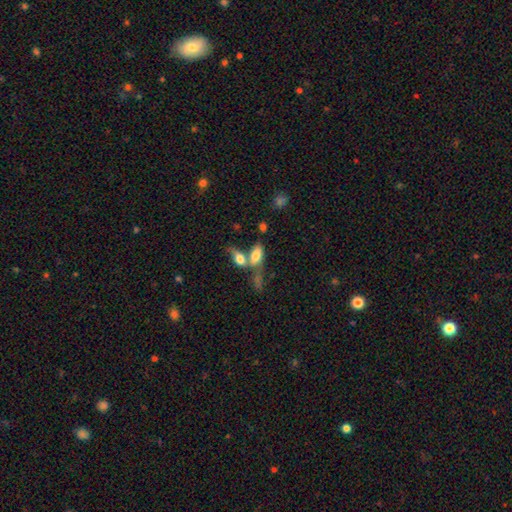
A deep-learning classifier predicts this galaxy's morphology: This is likely a smooth galaxy (71%). How rounded: clearly in between (85%). Merging: likely merger (60%).